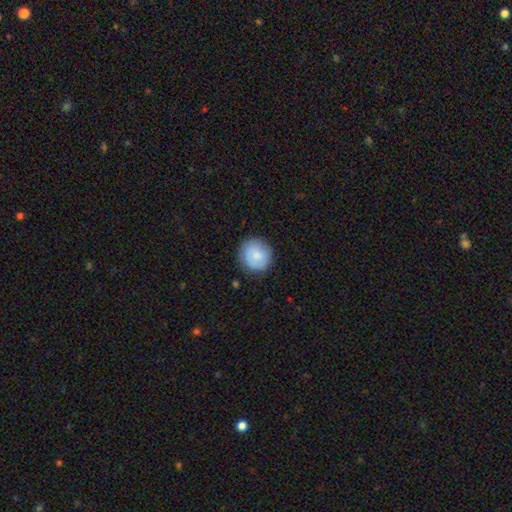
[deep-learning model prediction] Smooth or featured? smooth (82%)
How rounded? round (91%)
Merging? none (86%)